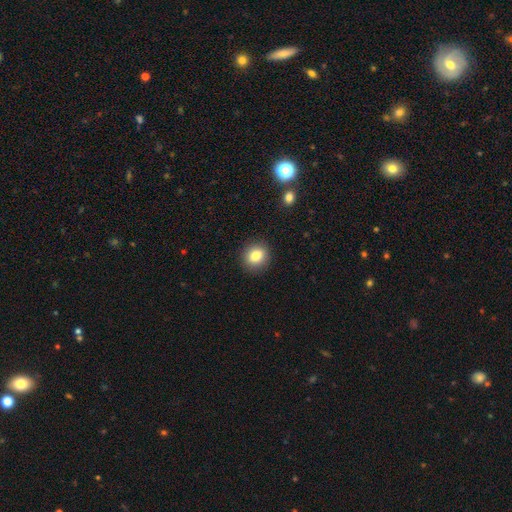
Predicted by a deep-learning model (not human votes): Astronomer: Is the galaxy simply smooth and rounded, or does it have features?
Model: smooth — 83%.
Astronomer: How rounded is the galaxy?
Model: round — 68%.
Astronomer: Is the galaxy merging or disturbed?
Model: none — 89%.